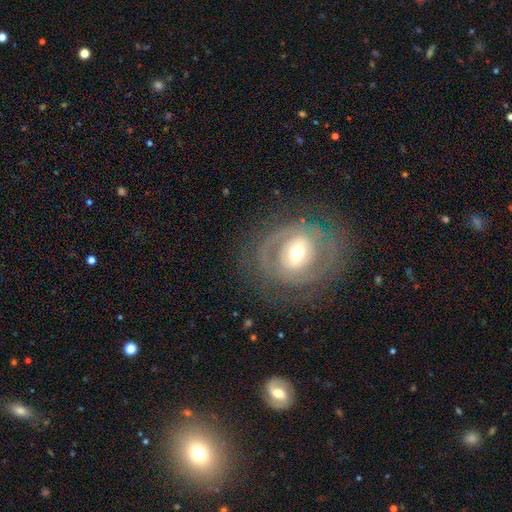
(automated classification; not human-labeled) This appears to be a featured or disk galaxy (73%) with no bar (38%), spiral arms (61%) and a moderate central bulge (59%). Merging: none (76%).